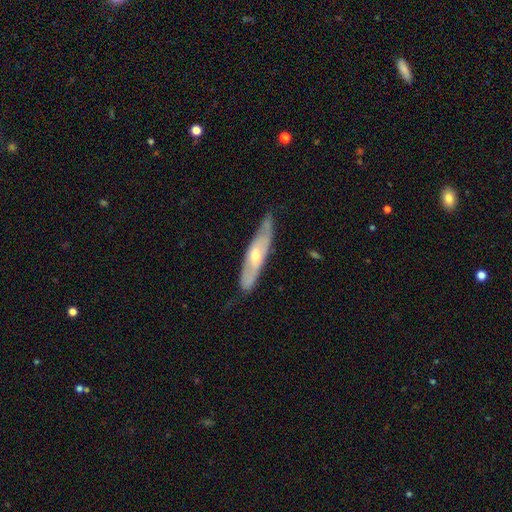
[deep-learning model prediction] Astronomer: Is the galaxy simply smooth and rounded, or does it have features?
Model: featured or disk — 60% (runner-up: smooth, 35%).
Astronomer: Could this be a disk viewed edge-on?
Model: yes — 52% (runner-up: no, 48%).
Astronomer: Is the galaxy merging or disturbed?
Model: none — 70%.